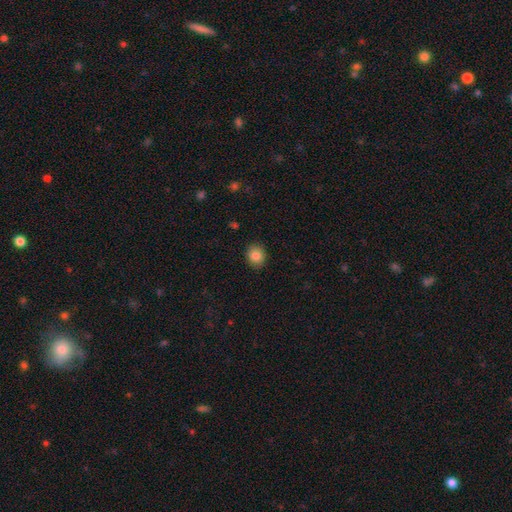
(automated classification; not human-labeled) Smooth or featured? Predicted: smooth (p=0.84). How rounded? Predicted: round (p=0.74). Merging? Predicted: none (p=0.90).